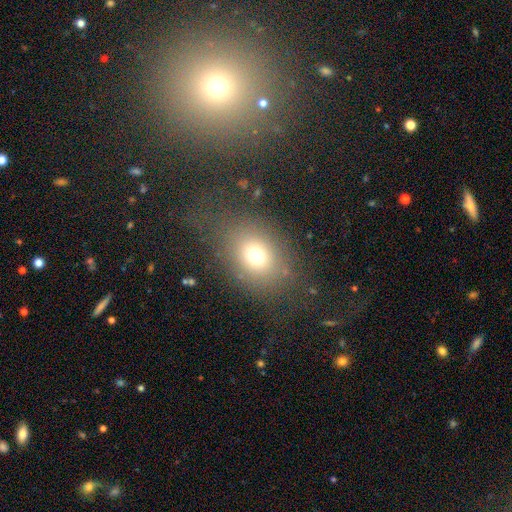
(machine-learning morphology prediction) smooth_or_featured: smooth (p=0.72) [alt: star or artifact p=0.15]
how_rounded: in between (p=0.59) [alt: round p=0.40]
merging: none (p=0.64) [alt: minor disturbance p=0.16]